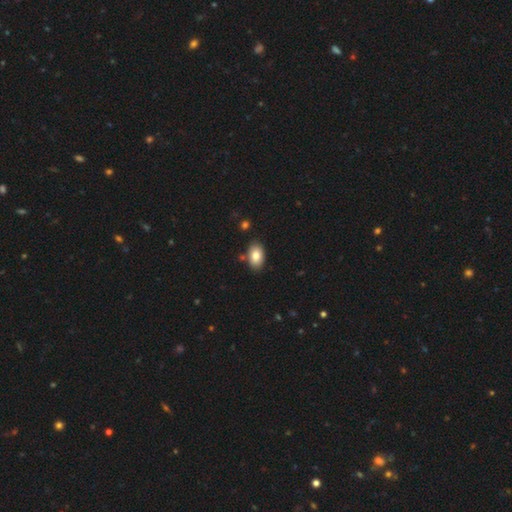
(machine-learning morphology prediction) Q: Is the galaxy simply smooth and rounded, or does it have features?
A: smooth — 83%.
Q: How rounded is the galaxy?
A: in between — 91%.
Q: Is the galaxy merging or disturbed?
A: none — 83%.